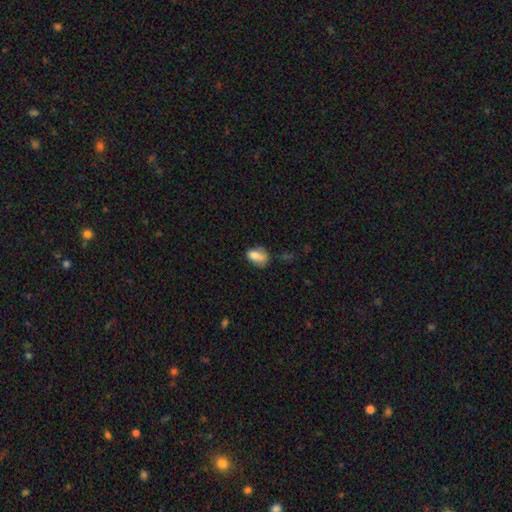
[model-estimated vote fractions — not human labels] A smooth galaxy with no disk features (75%) that is in between round and cigar-shaped (79%).

Vote fractions:
- Smooth or featured? smooth: 75% / featured or disk: 15% / star or artifact: 10%
- How rounded? in between: 79% / round: 19% / cigar-shaped: 2%
- Merging? none: 39% / minor disturbance: 31% / major disturbance: 15% / merger: 15%